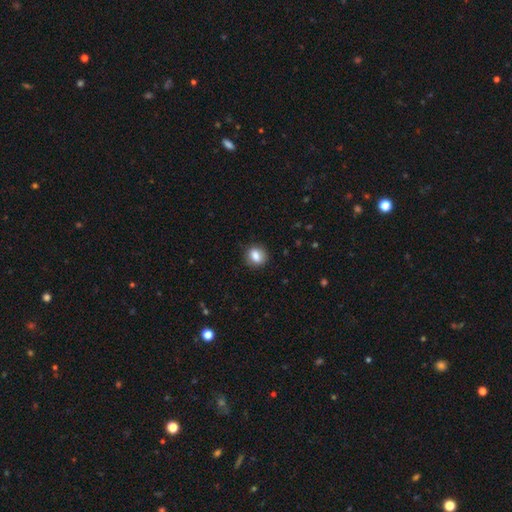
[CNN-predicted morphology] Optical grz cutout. It shows a smooth galaxy with no disk features (82%) that is round (57%). Merging: none (84%).